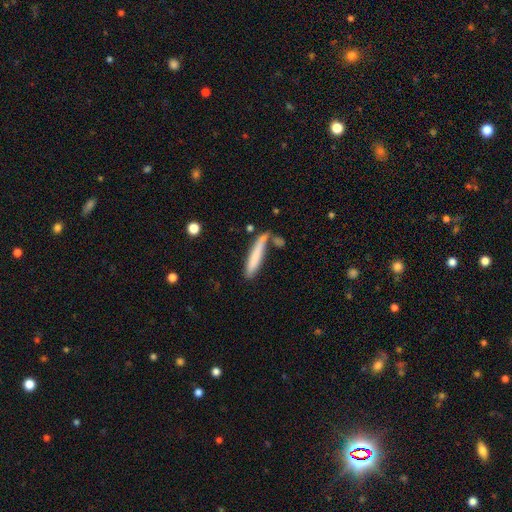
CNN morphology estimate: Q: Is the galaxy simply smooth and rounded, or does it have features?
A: smooth — 74%.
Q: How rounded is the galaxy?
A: cigar-shaped — 91%.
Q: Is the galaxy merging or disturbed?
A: none — 64%.